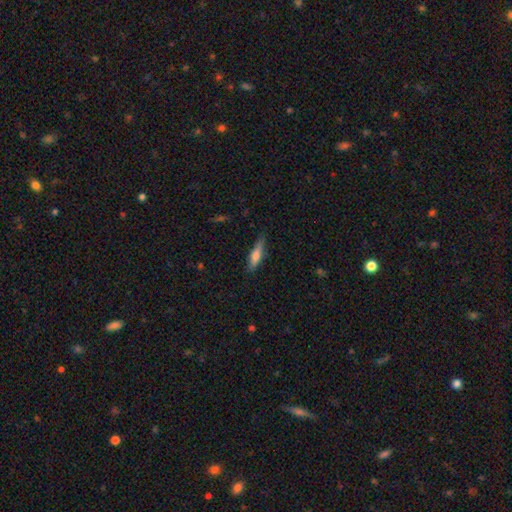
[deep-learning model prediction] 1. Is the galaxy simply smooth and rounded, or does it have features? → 65% smooth, 28% featured or disk, 7% star or artifact.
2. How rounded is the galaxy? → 73% cigar-shaped, 25% in between, 2% round.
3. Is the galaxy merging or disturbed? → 79% none, 16% minor disturbance, 3% major disturbance, 1% merger.